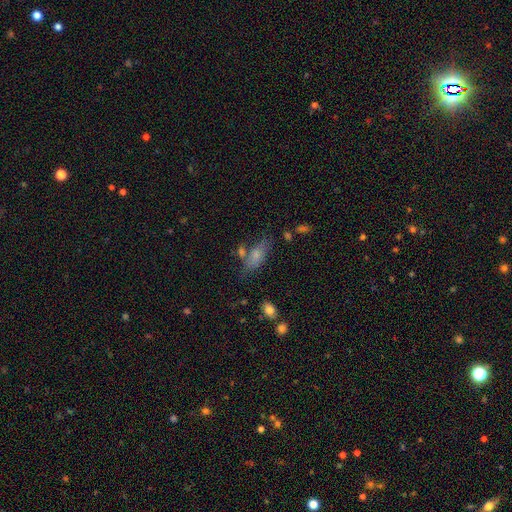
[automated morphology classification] Q: Smooth or featured?
A: smooth (70%); runner-up: featured or disk (20%)
Q: How rounded?
A: in between (73%); runner-up: cigar-shaped (23%)
Q: Merging?
A: none (57%); runner-up: minor disturbance (20%)